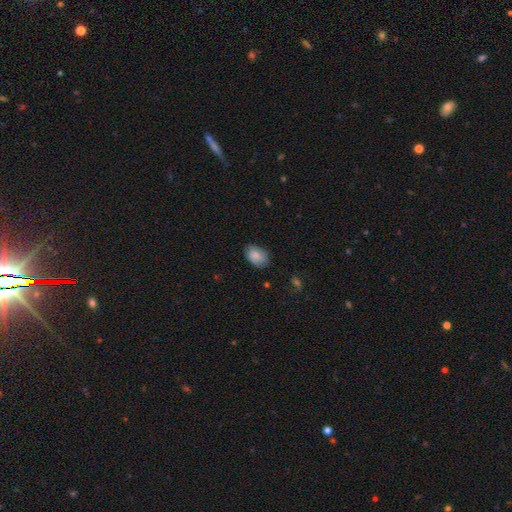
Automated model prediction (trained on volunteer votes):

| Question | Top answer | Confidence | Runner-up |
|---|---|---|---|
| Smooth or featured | smooth | 79% | featured or disk (14%) |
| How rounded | in between | 85% | round (14%) |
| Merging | none | 72% | minor disturbance (22%) |